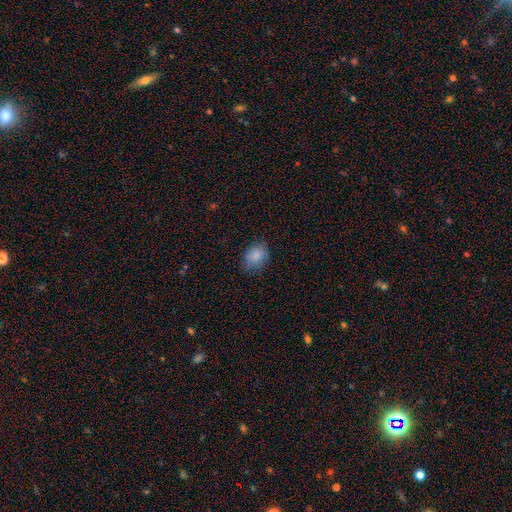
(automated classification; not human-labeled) Overall: smooth (85%). How rounded: in between (60%; round 39%). Merging: none (73%).